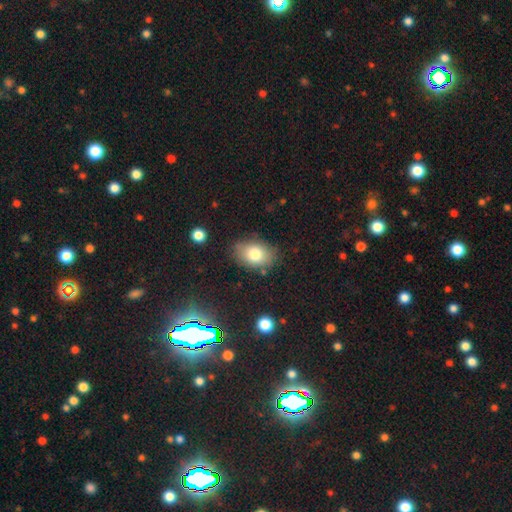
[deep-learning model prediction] smooth-or-featured: smooth: 50% | star or artifact: 40% | featured or disk: 11%
  merging: none: 88% | minor disturbance: 7% | major disturbance: 3% | merger: 2%